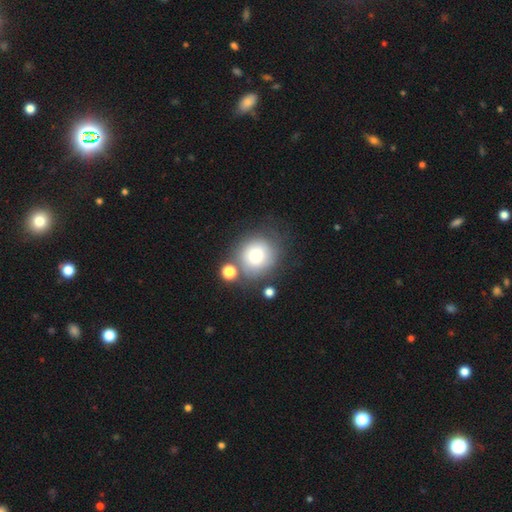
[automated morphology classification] smooth 75%, featured or disk 15%, star or artifact 10%. Down the decision tree: how rounded — round (79%); merging — none (58%).